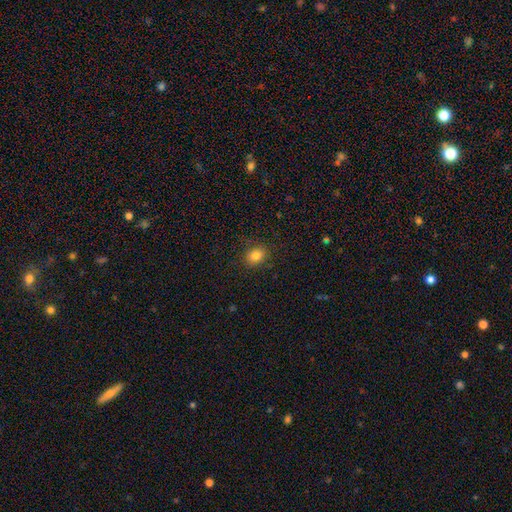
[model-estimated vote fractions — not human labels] Smooth or featured: smooth — 82% (star or artifact — 11%)
How rounded: round — 52% (in between — 47%)
Merging: none — 87% (minor disturbance — 9%)